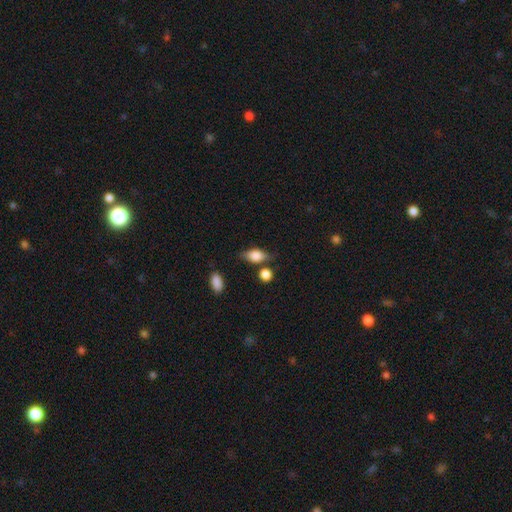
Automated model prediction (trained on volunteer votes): Overall: smooth (74%). How rounded: in between (79%). Merging: none (66%).